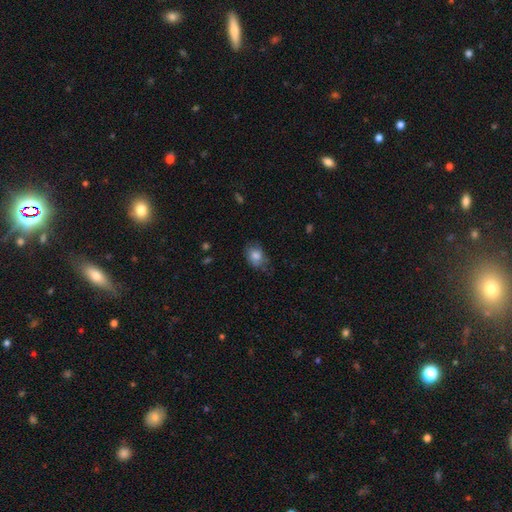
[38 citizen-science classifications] Smooth or featured? smooth (84%)
How rounded? in between (66%)
Merging? none (47%)